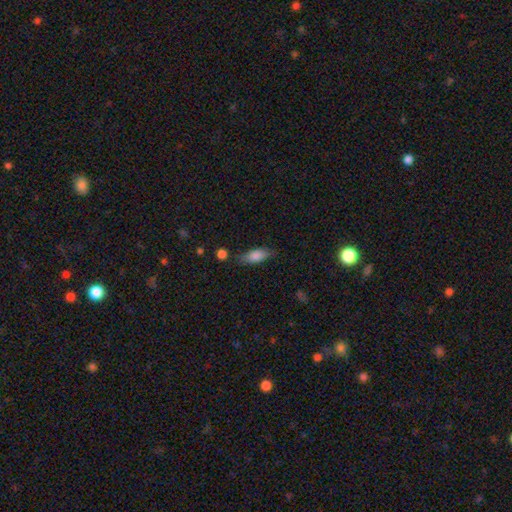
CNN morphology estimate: Smooth or featured?
  - smooth: 79% *
  - featured or disk: 14%
  - star or artifact: 7%
How rounded?
  - in between: 73% *
  - cigar-shaped: 24%
  - round: 3%
Merging?
  - none: 71% *
  - minor disturbance: 20%
  - major disturbance: 5%
  - merger: 4%